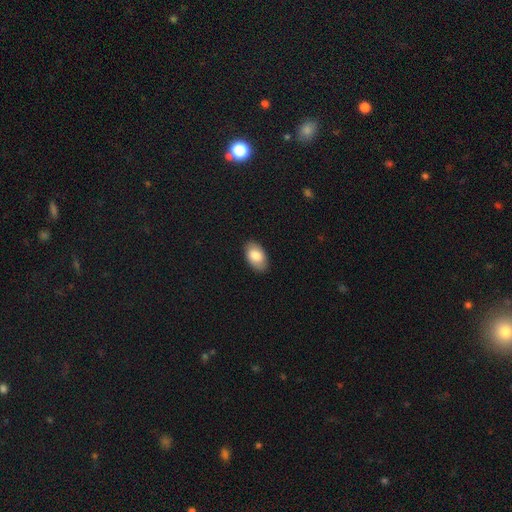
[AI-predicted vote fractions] The model was most divided on "smooth or featured": smooth: 80%, featured or disk: 14%, star or artifact: 6%. More confident: how rounded — in between (94%); merging — none (87%).